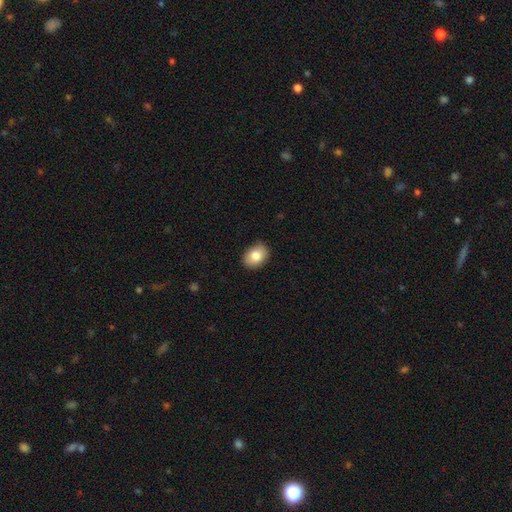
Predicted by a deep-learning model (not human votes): This appears to be a smooth galaxy with no disk features (82%) that is in between round and cigar-shaped (72%). Merging: none (85%).